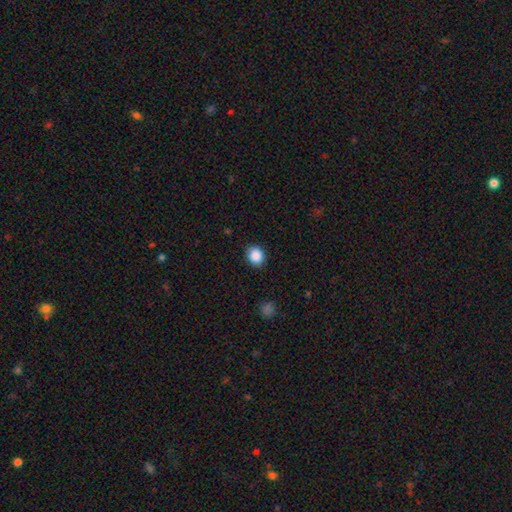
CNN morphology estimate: A smooth galaxy with no disk features (88%) that is round (66%).

Vote fractions:
- Smooth or featured? smooth: 88% / star or artifact: 9% / featured or disk: 3%
- How rounded? round: 66% / in between: 33% / cigar-shaped: 1%
- Merging? none: 89% / minor disturbance: 8% / major disturbance: 2% / merger: 1%